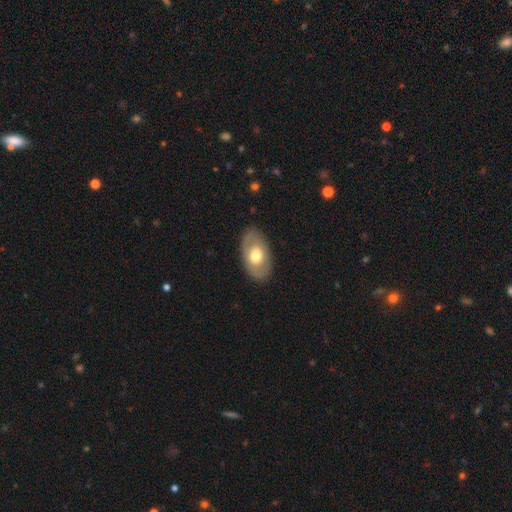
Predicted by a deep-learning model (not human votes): smooth-or-featured: smooth: 53% | featured or disk: 41% | star or artifact: 5%
  how-rounded: in between: 89% | round: 10% | cigar-shaped: 1%
  merging: none: 84% | minor disturbance: 11% | major disturbance: 4% | merger: 1%